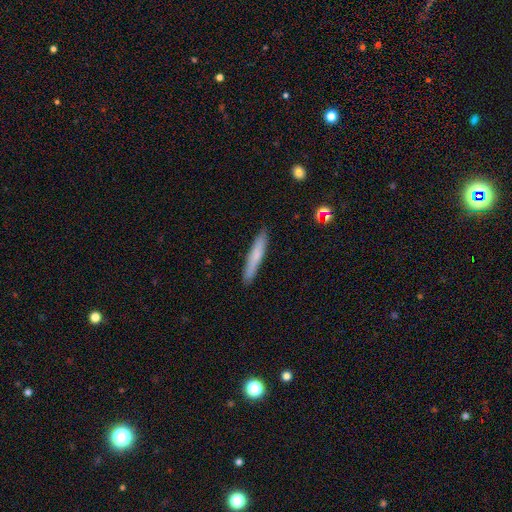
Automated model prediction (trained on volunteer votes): A smooth galaxy with no disk features (70%) that is cigar-shaped (94%). Merging: none (89%).